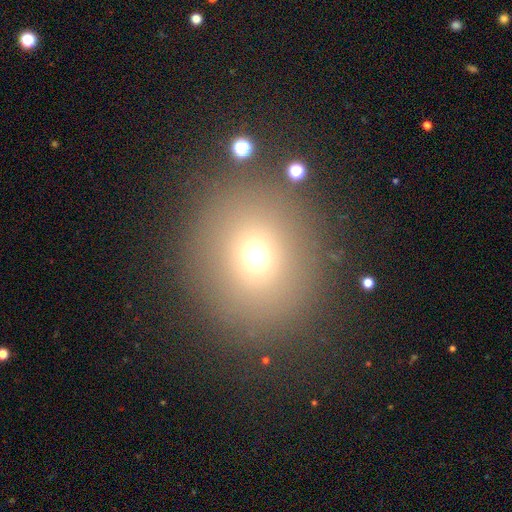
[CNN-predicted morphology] smooth-or-featured: smooth: 68% | star or artifact: 21% | featured or disk: 11%
  how-rounded: round: 84% | in between: 15% | cigar-shaped: 1%
  merging: none: 84% | minor disturbance: 8% | major disturbance: 5% | merger: 3%